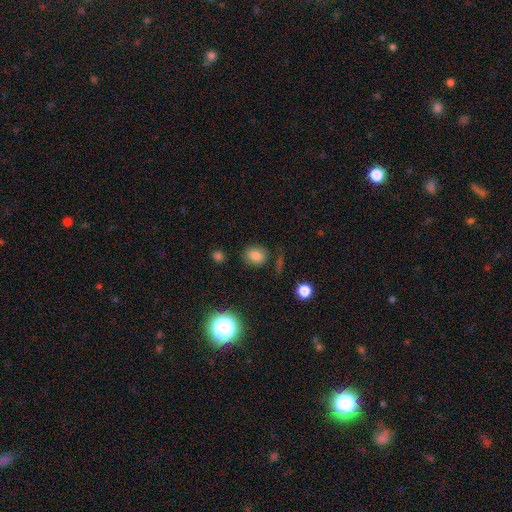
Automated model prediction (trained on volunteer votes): A smooth galaxy with no disk features (80%) that is round (59%). Merging: none (79%).